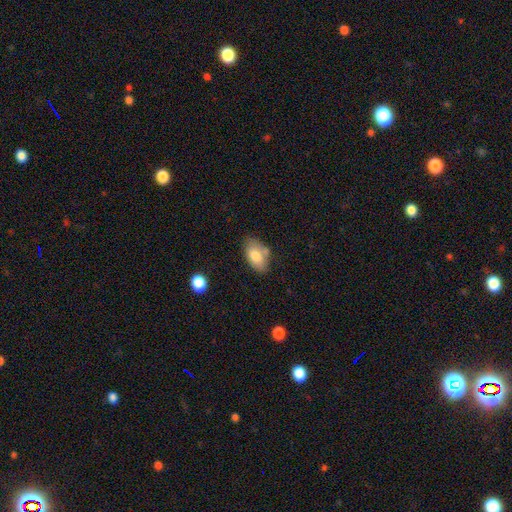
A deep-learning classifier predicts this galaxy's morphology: A smooth galaxy with no disk features (78%) that is in between round and cigar-shaped (93%). Merging: none (61%).